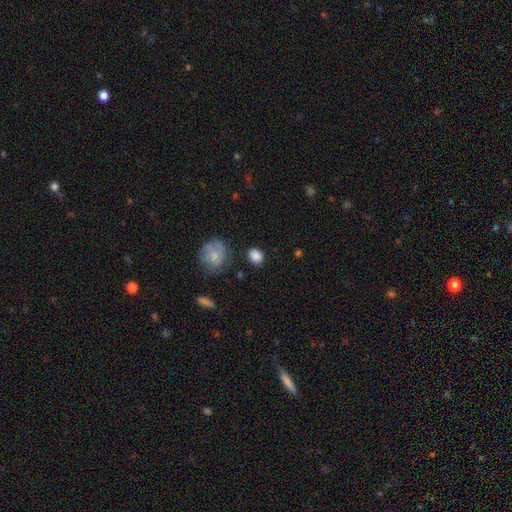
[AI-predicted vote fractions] Q: Smooth or featured?
A: smooth (87%); runner-up: star or artifact (8%)
Q: How rounded?
A: in between (59%); runner-up: round (40%)
Q: Merging?
A: none (81%); runner-up: minor disturbance (13%)